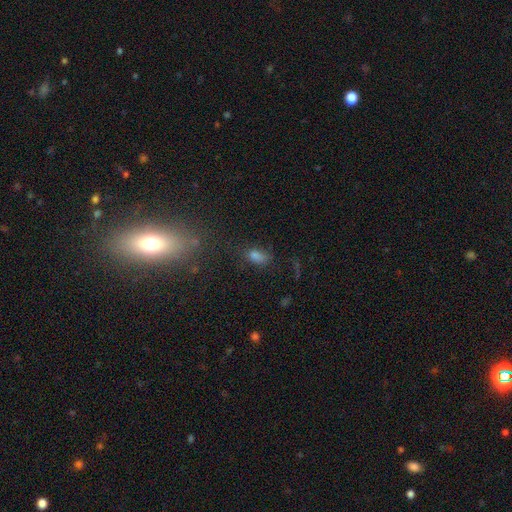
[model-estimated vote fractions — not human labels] Smooth or featured: smooth — 69% (star or artifact — 23%)
How rounded: in between — 82% (round — 12%)
Merging: none — 65% (minor disturbance — 19%)